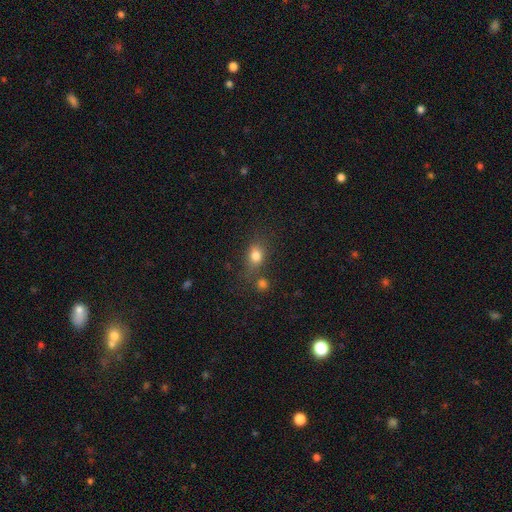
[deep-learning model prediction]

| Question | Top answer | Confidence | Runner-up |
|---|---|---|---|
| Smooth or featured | smooth | 78% | star or artifact (13%) |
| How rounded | in between | 56% | round (42%) |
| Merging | none | 58% | minor disturbance (18%) |